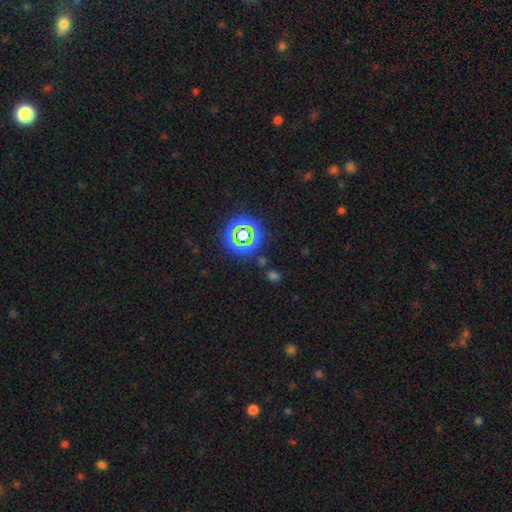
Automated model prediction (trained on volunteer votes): Smooth or featured? star or artifact (46%)